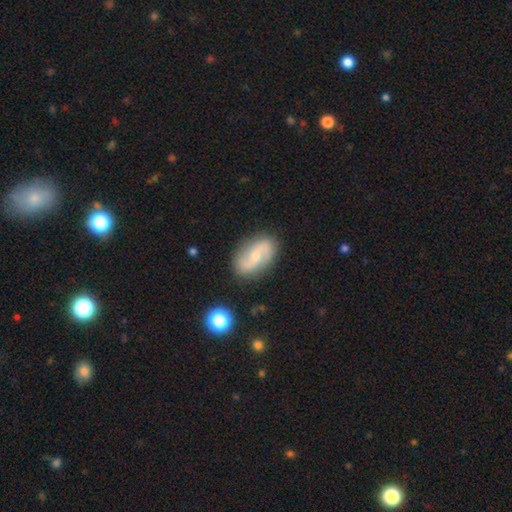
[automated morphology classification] smooth-or-featured: featured or disk: 75% | smooth: 18% | star or artifact: 7%
  disk-edge-on: no: 96% | yes: 4%
    bar: no: 50% | weak: 36% | strong: 14%
    has-spiral-arms: yes: 92% | no: 8%
      spiral-winding: loose: 51% | medium: 34% | tight: 14%
      spiral-arm-count: 2: 91% | can't tell: 4% | 1: 2% | 3: 1% | 4: 1% | more than 4: 1%
    bulge-size: small: 61% | moderate: 35% | none: 2% | large: 1% | dominant: 1%
  merging: none: 85% | minor disturbance: 11% | major disturbance: 3% | merger: 2%